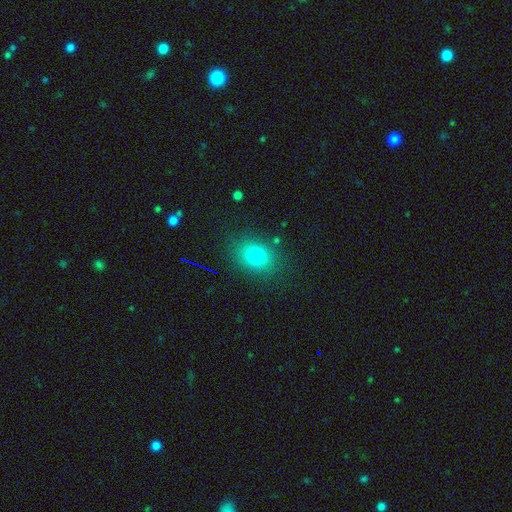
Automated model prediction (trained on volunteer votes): Smooth or featured: smooth — 76% (star or artifact — 14%)
How rounded: in between — 52% (round — 47%)
Merging: none — 84% (minor disturbance — 11%)